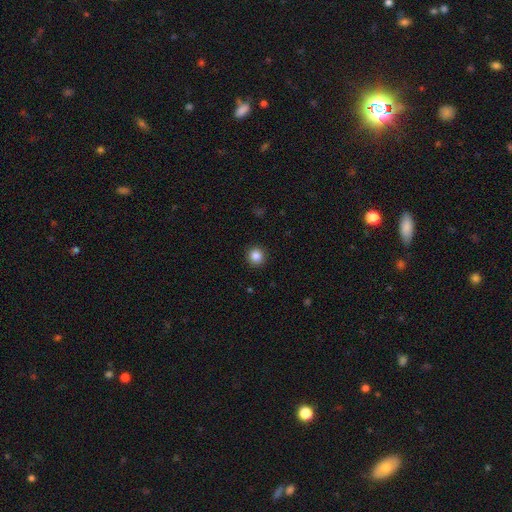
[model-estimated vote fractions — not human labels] smooth_or_featured: smooth (p=0.86) [alt: star or artifact p=0.10]
how_rounded: round (p=0.94) [alt: in between p=0.05]
merging: none (p=0.93) [alt: minor disturbance p=0.05]